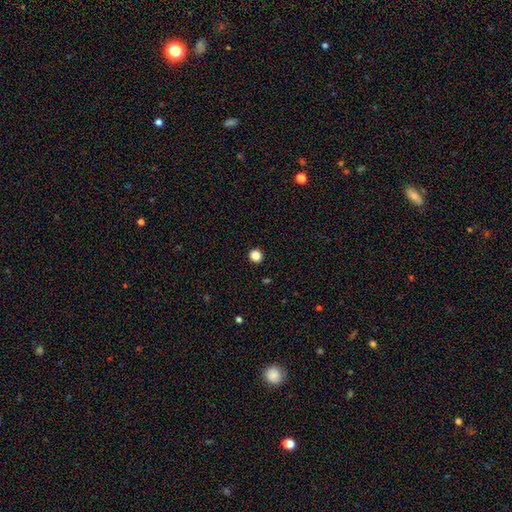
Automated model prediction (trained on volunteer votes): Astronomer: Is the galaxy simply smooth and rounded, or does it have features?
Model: smooth — 86%.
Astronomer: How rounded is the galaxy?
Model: round — 90%.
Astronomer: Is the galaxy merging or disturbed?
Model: none — 93%.